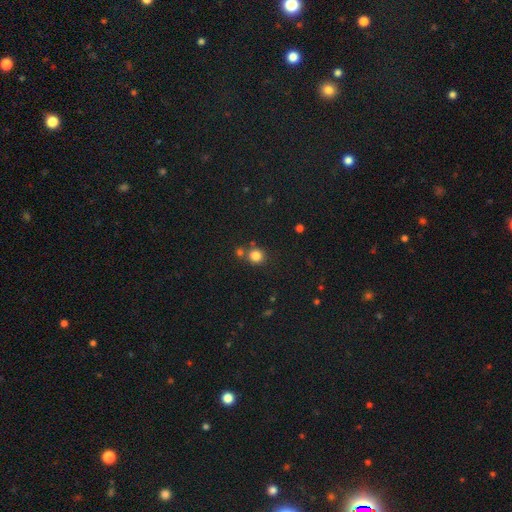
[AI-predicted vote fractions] Overall: smooth (82%). How rounded: round (89%). Merging: none (69%).